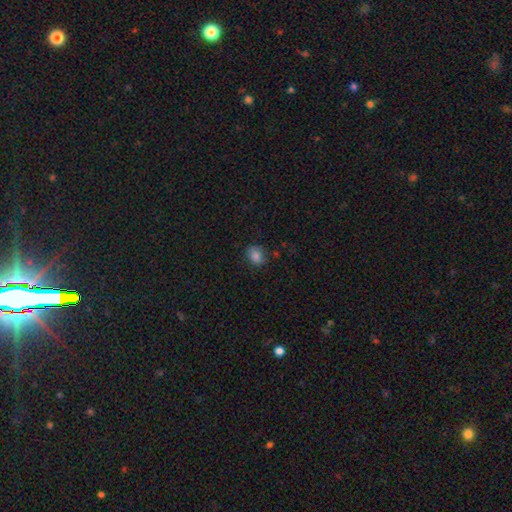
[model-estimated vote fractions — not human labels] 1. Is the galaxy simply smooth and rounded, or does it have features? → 82% smooth, 11% star or artifact, 7% featured or disk.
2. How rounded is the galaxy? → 50% in between, 49% round, 1% cigar-shaped.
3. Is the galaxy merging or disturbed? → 76% none, 18% minor disturbance, 4% major disturbance, 2% merger.